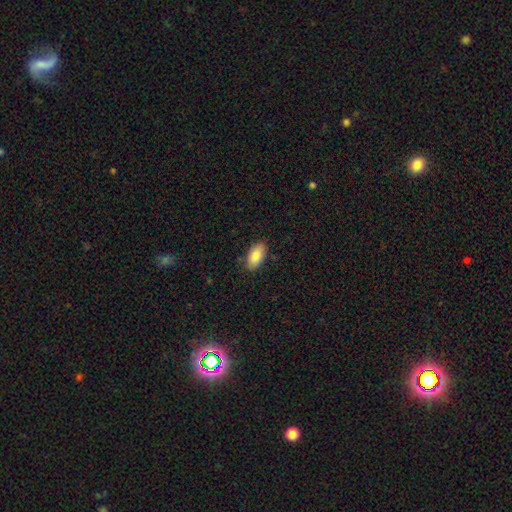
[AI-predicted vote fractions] smooth-or-featured: smooth: 85% | featured or disk: 9% | star or artifact: 6%
  how-rounded: in between: 93% | cigar-shaped: 5% | round: 3%
  merging: none: 85% | minor disturbance: 11% | major disturbance: 2% | merger: 1%